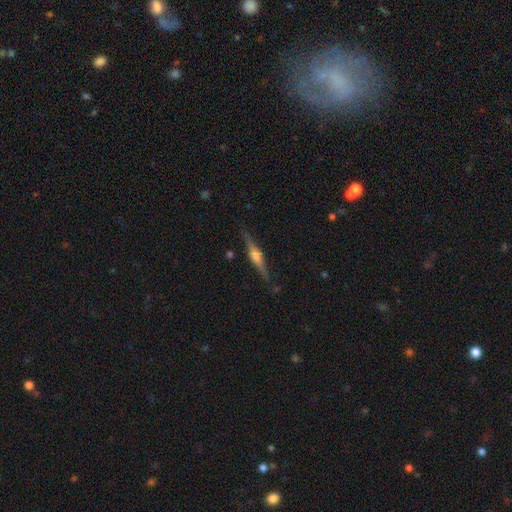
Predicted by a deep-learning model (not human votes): Smooth or featured: featured or disk — 70% (smooth — 24%)
Edge-on disk: yes — 97% (no — 3%)
Edge-on bulge: rounded — 84% (boxy — 10%)
Merging: none — 87% (minor disturbance — 9%)